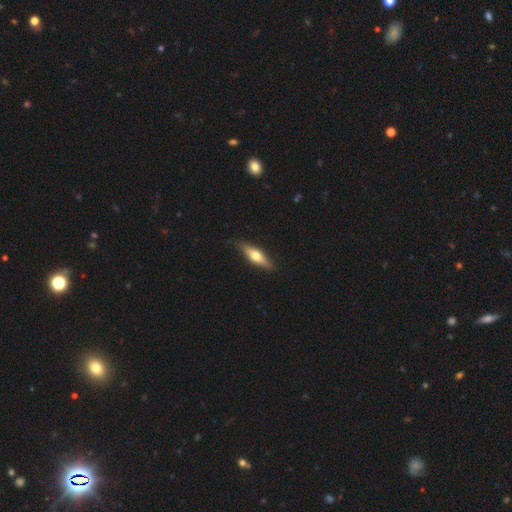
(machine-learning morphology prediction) featured or disk 48%, smooth 47%, star or artifact 6%. Down the decision tree: merging — none (87%).